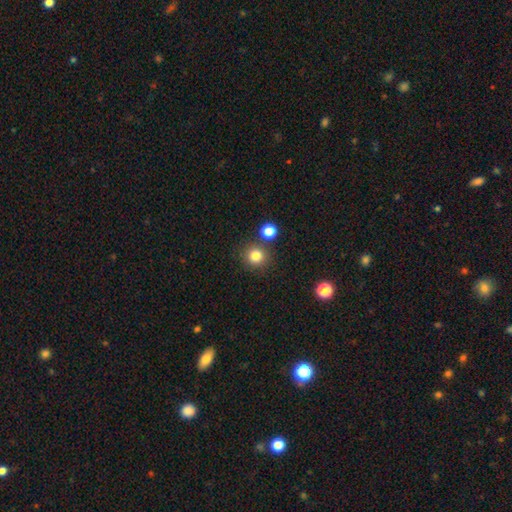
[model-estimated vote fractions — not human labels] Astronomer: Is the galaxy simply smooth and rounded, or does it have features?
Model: smooth — 82%.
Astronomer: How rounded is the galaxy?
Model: round — 92%.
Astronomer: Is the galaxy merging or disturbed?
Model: none — 81%.